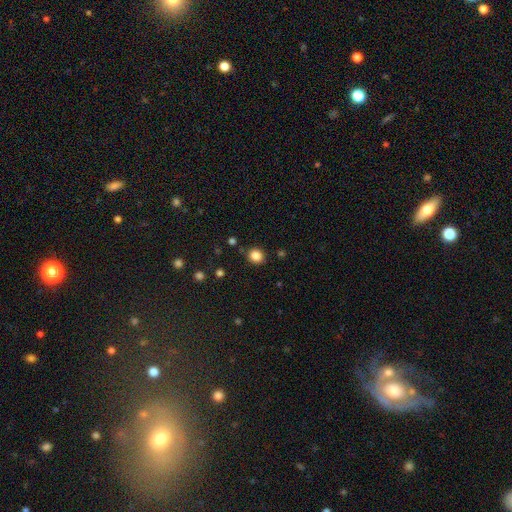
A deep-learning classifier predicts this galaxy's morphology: smooth_or_featured: smooth (p=0.85) [alt: star or artifact p=0.11]
how_rounded: round (p=0.83) [alt: in between p=0.16]
merging: none (p=0.87) [alt: minor disturbance p=0.08]